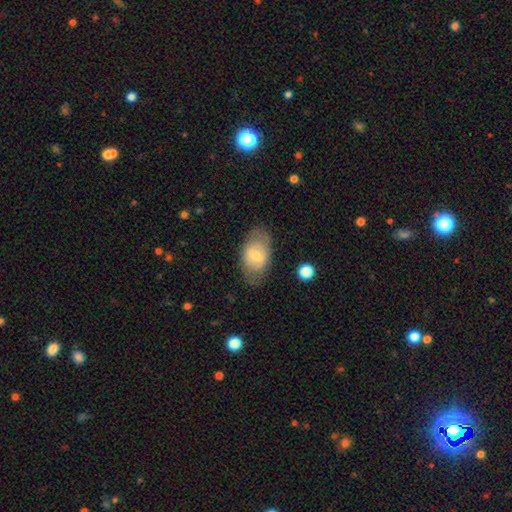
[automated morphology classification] A smooth galaxy with no disk features (55%) that is in between round and cigar-shaped (89%).

Vote fractions:
- Smooth or featured? smooth: 55% / featured or disk: 39% / star or artifact: 7%
- How rounded? in between: 89% / round: 9% / cigar-shaped: 2%
- Merging? none: 73% / minor disturbance: 18% / major disturbance: 7% / merger: 2%